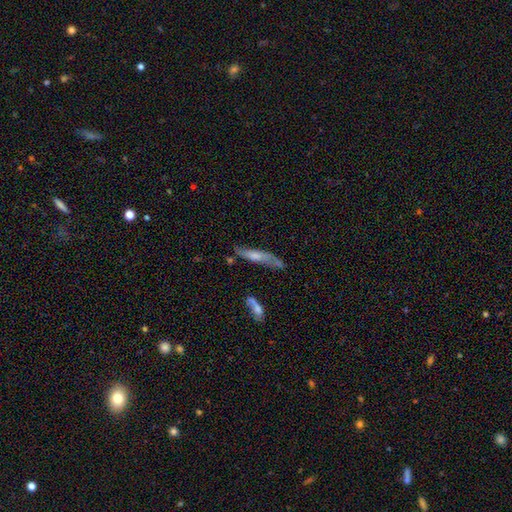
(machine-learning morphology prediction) smooth-or-featured: smooth: 51% | featured or disk: 42% | star or artifact: 7%
  how-rounded: cigar-shaped: 81% | in between: 17% | round: 2%
  merging: none: 52% | minor disturbance: 26% | major disturbance: 11% | merger: 10%